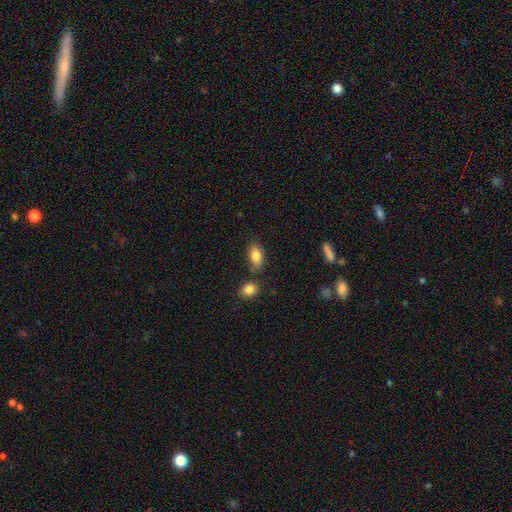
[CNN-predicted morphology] smooth 82%, featured or disk 10%, star or artifact 8%. Down the decision tree: how rounded — in between (88%); merging — none (75%).